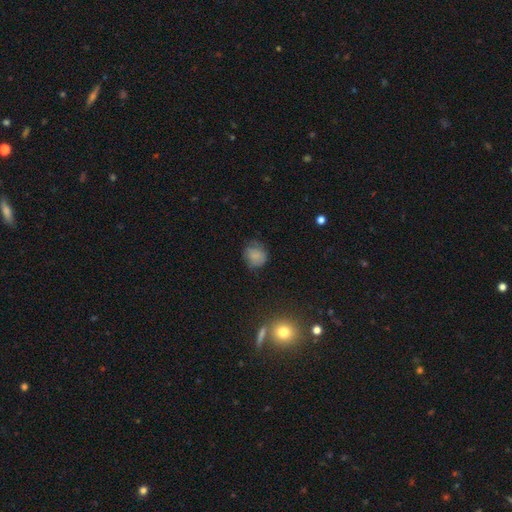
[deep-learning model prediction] Smooth or featured? smooth (76%)
How rounded? round (78%)
Merging? none (65%)